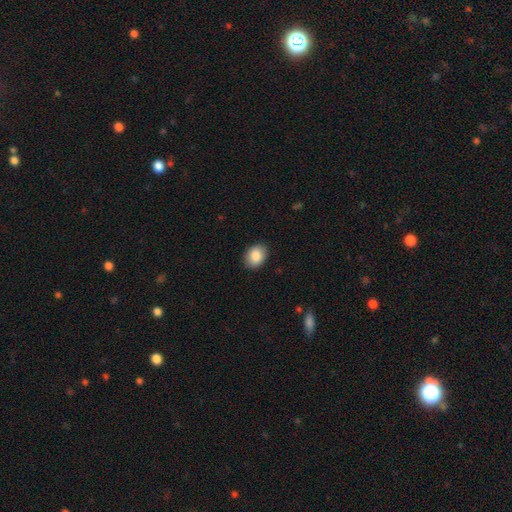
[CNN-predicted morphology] Smooth or featured? smooth (88%)
How rounded? in between (70%)
Merging? none (88%)